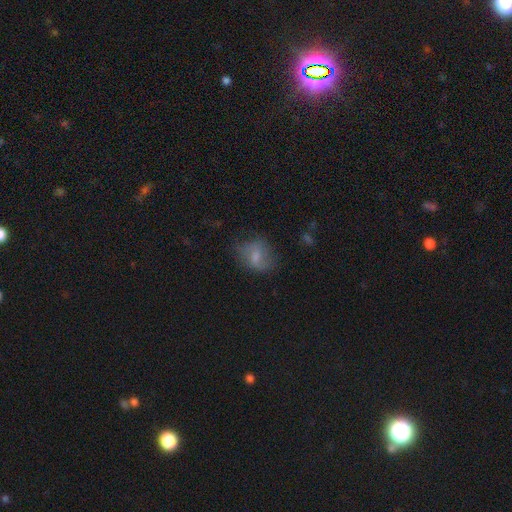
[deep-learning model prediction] smooth_or_featured: smooth (p=0.61) [alt: featured or disk p=0.29]
how_rounded: in between (p=0.59) [alt: round p=0.39]
merging: none (p=0.57) [alt: minor disturbance p=0.26]